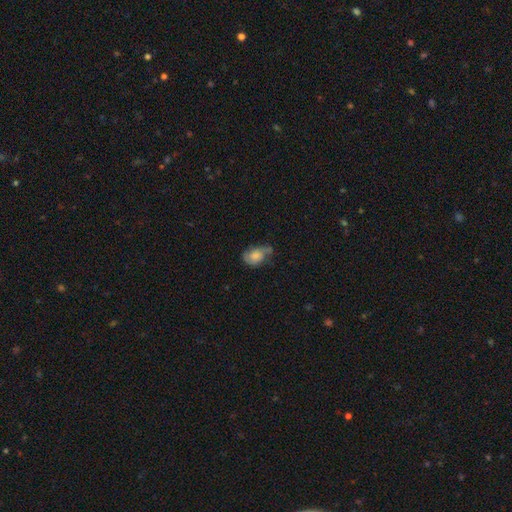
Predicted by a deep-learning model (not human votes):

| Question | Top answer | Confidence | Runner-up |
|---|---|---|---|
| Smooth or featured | smooth | 48% | featured or disk (43%) |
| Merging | none | 43% | minor disturbance (36%) |